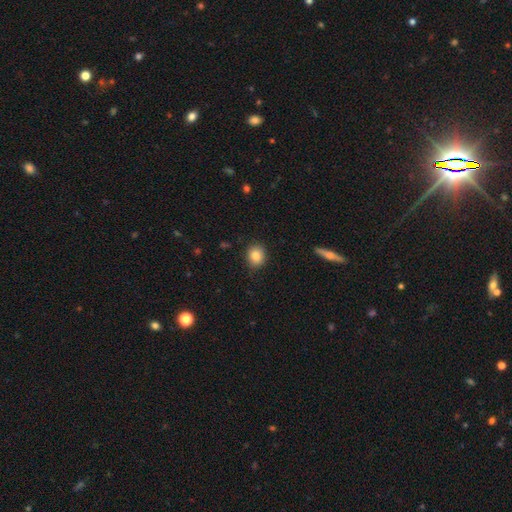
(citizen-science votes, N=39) Smooth or featured?
  - smooth: 90% *
  - star or artifact: 8%
  - featured or disk: 3%
How rounded?
  - round: 71% *
  - in between: 29%
  - cigar-shaped: 0%
Merging?
  - none: 75% *
  - minor disturbance: 19%
  - major disturbance: 6%
  - merger: 0%